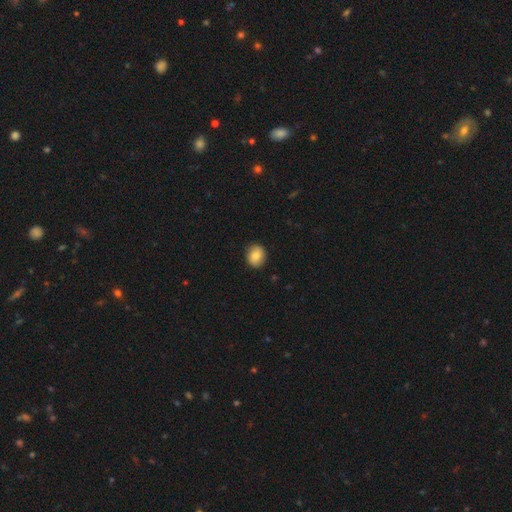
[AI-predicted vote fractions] A smooth galaxy with no disk features (80%) that is round (71%).

Vote fractions:
- Smooth or featured? smooth: 80% / featured or disk: 12% / star or artifact: 8%
- How rounded? round: 71% / in between: 28% / cigar-shaped: 1%
- Merging? none: 88% / minor disturbance: 9% / major disturbance: 2% / merger: 1%